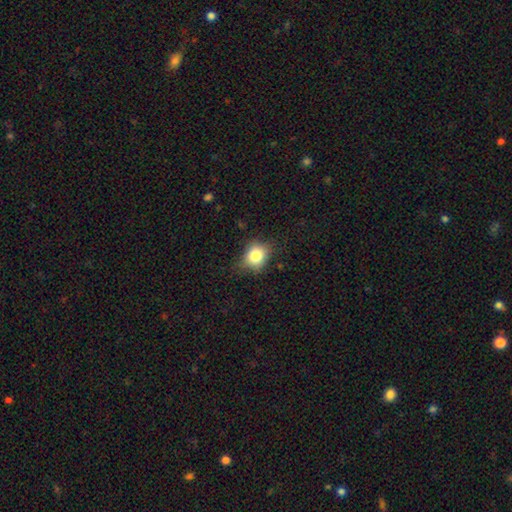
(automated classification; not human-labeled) Smooth or featured? smooth (79%)
How rounded? round (54%)
Merging? none (70%)